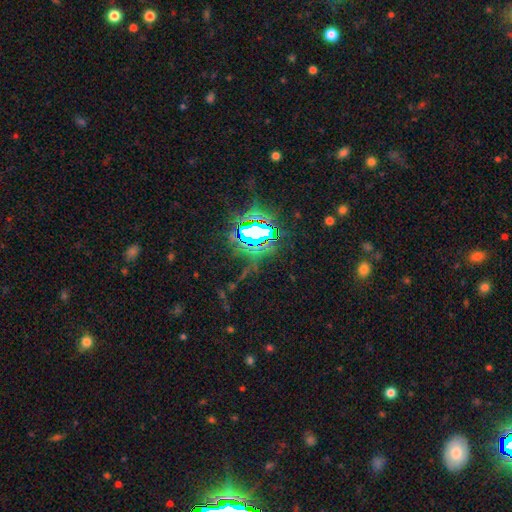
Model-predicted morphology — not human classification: This is clearly a star or artifact rather than a galaxy (83%).